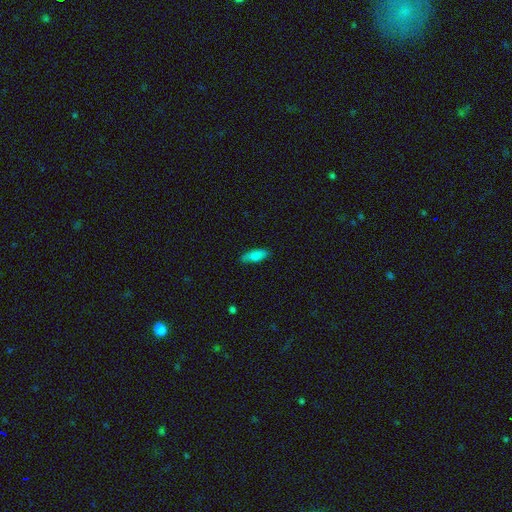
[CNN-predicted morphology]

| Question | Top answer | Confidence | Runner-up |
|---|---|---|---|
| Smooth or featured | smooth | 84% | featured or disk (8%) |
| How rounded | in between | 70% | cigar-shaped (28%) |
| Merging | none | 79% | minor disturbance (17%) |